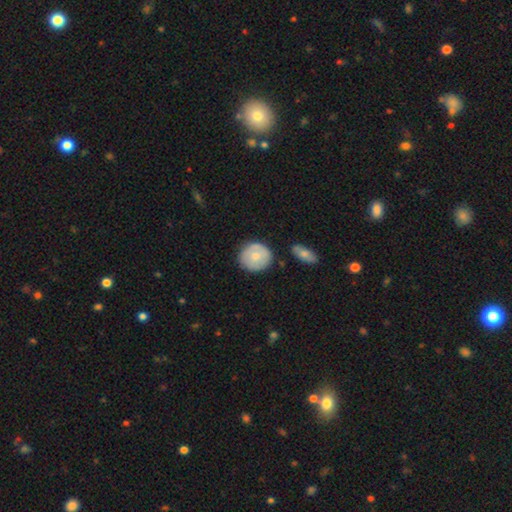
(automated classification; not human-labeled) Q: Smooth or featured?
A: smooth (66%); runner-up: featured or disk (28%)
Q: How rounded?
A: round (88%); runner-up: in between (11%)
Q: Merging?
A: none (77%); runner-up: minor disturbance (15%)